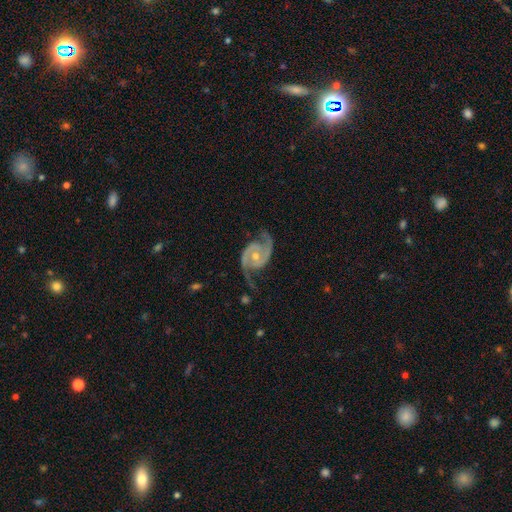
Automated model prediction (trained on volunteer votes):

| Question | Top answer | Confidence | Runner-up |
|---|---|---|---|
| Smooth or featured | featured or disk | 93% | star or artifact (4%) |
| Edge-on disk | no | 98% | yes (2%) |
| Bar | no | 64% | weak (28%) |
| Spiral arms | yes | 98% | no (2%) |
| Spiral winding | medium | 53% | loose (24%) |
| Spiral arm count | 2 | 94% | can't tell (2%) |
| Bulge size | moderate | 60% | small (36%) |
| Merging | none | 72% | minor disturbance (17%) |